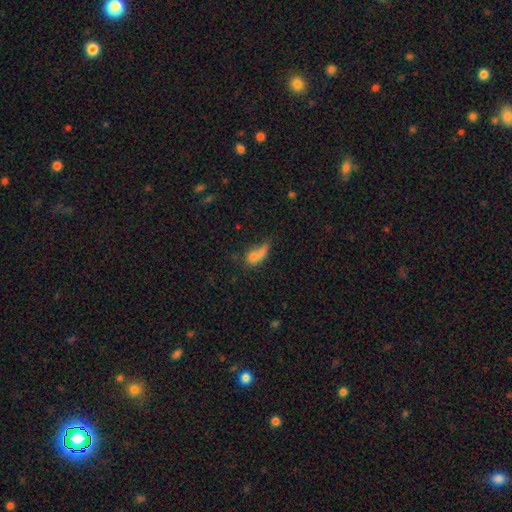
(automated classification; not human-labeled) smooth-or-featured: smooth: 70% | featured or disk: 17% | star or artifact: 13%
  how-rounded: in between: 61% | round: 26% | cigar-shaped: 13%
  merging: merger: 39% | none: 27% | major disturbance: 19% | minor disturbance: 15%